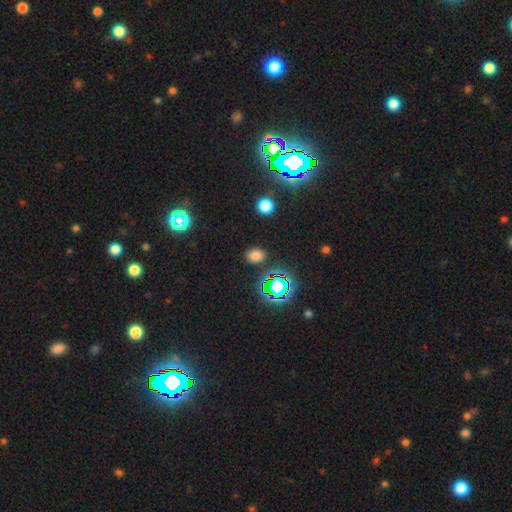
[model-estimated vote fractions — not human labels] Overall: smooth (70%). How rounded: in between (67%; round 31%). Merging: none (85%).